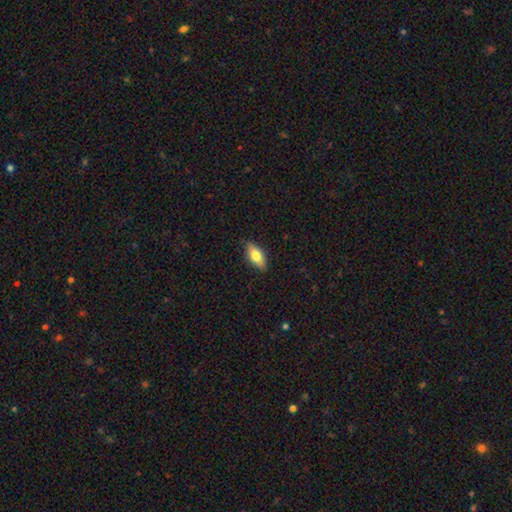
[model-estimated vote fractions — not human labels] Smooth or featured? Predicted: smooth (p=0.73). How rounded? Predicted: in between (p=0.83). Merging? Predicted: none (p=0.86).